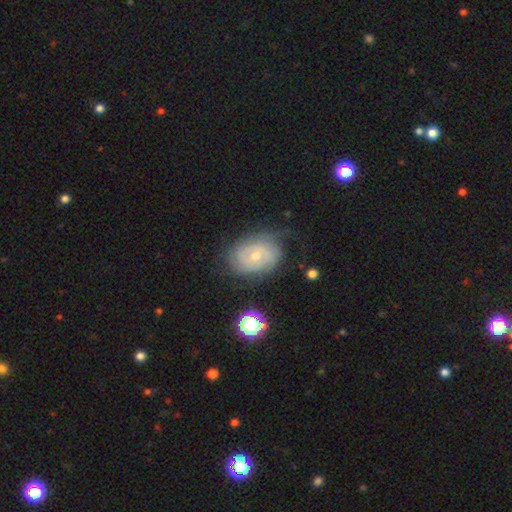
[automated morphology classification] The model was most divided on "spiral arm count" (2-way tie): 2: 38%, can't tell: 38%, 3: 12%, 1: 4%, 4: 4%, more than 4: 3%. More confident: edge-on disk — no (97%); spiral arms — yes (88%); smooth or featured — featured or disk (76%); spiral winding — tight (66%); merging — none (66%); bar — no (63%); bulge size — moderate (54%).